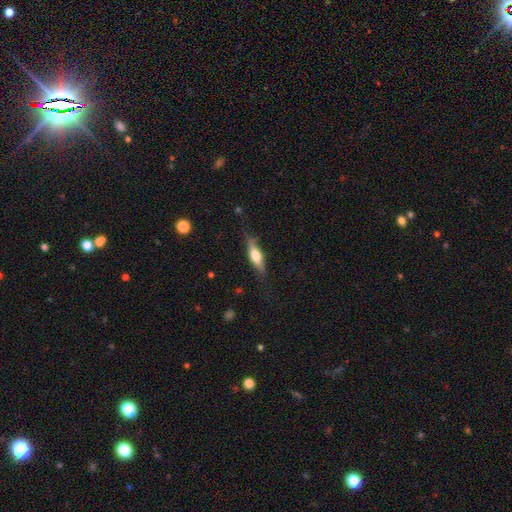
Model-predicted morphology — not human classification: smooth-or-featured: smooth: 51% | featured or disk: 42% | star or artifact: 6%
  how-rounded: cigar-shaped: 57% | in between: 40% | round: 3%
  merging: none: 68% | minor disturbance: 23% | major disturbance: 7% | merger: 2%